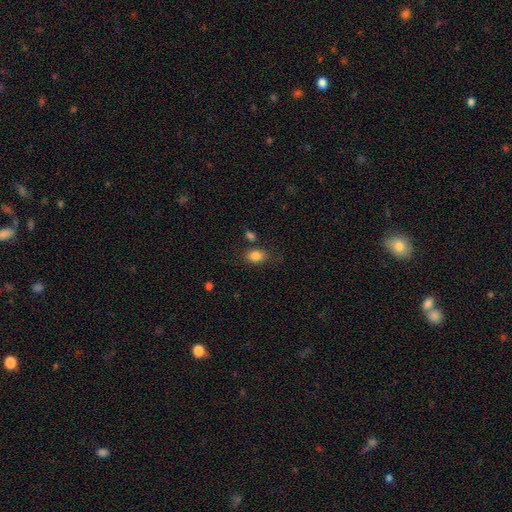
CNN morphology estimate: Smooth or featured? smooth (84%)
How rounded? in between (73%)
Merging? none (72%)